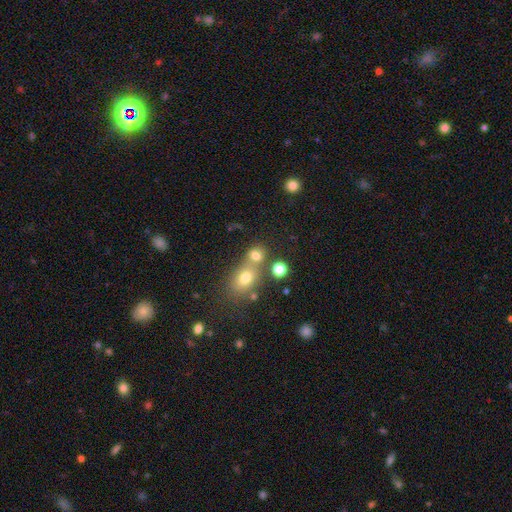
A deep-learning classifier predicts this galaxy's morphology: Q: Smooth or featured?
A: smooth (73%); runner-up: star or artifact (15%)
Q: How rounded?
A: round (64%); runner-up: in between (34%)
Q: Merging?
A: none (43%); tied with: merger (43%)